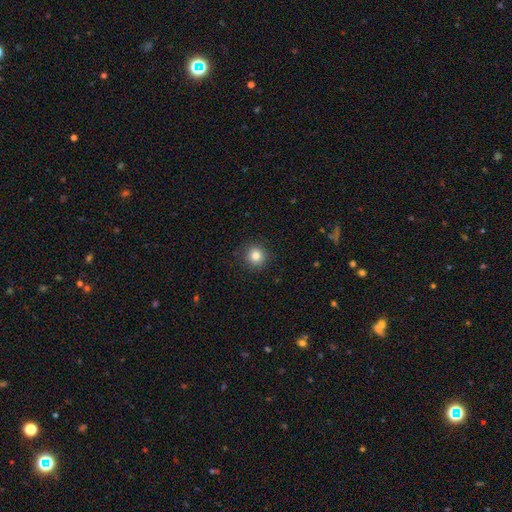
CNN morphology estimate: smooth_or_featured: smooth (p=0.82) [alt: star or artifact p=0.12]
how_rounded: round (p=0.94) [alt: in between p=0.05]
merging: none (p=0.90) [alt: minor disturbance p=0.07]